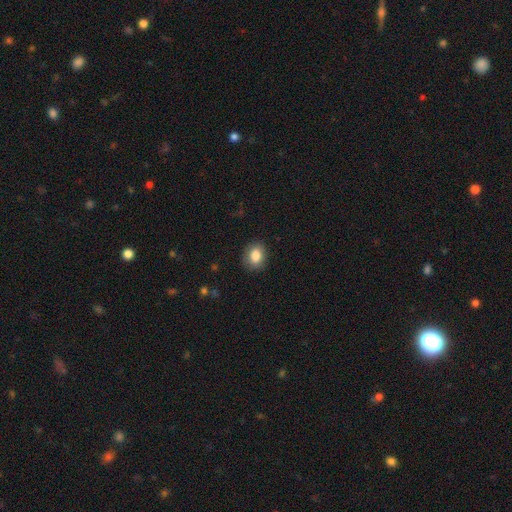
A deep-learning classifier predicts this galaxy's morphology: A smooth galaxy with no disk features (85%) that is in between round and cigar-shaped (53%).

Vote fractions:
- Smooth or featured? smooth: 85% / star or artifact: 8% / featured or disk: 7%
- How rounded? in between: 53% / round: 46% / cigar-shaped: 1%
- Merging? none: 86% / minor disturbance: 10% / major disturbance: 2% / merger: 1%